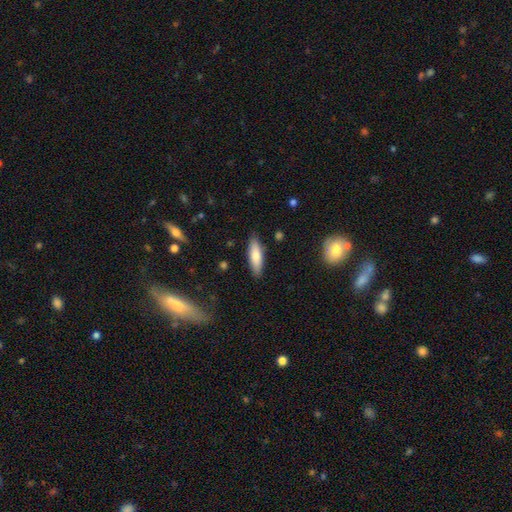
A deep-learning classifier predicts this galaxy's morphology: This appears to be a smooth galaxy with no disk features (74%) that is cigar-shaped (54%). Merging: none (86%).